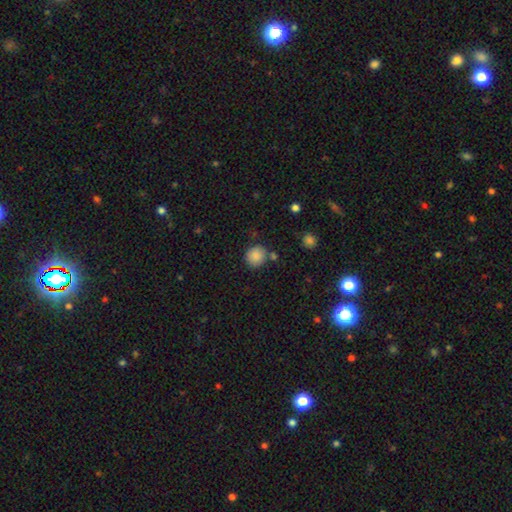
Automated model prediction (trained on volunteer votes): A smooth galaxy with no disk features (86%) that is round (85%).

Vote fractions:
- Smooth or featured? smooth: 86% / star or artifact: 9% / featured or disk: 4%
- How rounded? round: 85% / in between: 14% / cigar-shaped: 1%
- Merging? none: 78% / minor disturbance: 11% / merger: 8% / major disturbance: 3%